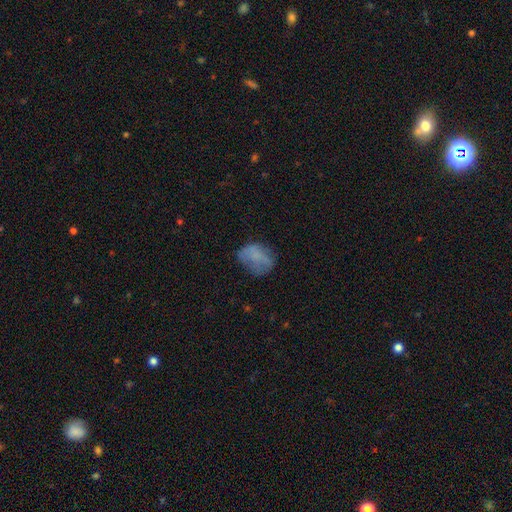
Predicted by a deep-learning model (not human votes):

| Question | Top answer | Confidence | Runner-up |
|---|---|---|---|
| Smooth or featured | smooth | 66% | featured or disk (22%) |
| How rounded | in between | 60% | round (39%) |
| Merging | none | 51% | minor disturbance (28%) |